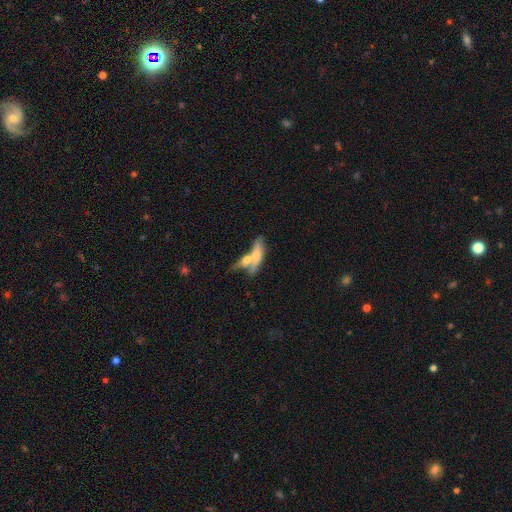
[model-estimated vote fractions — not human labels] This is possibly a smooth galaxy (50%). How rounded: possibly cigar-shaped (53%). Merging: possibly merger (51%).